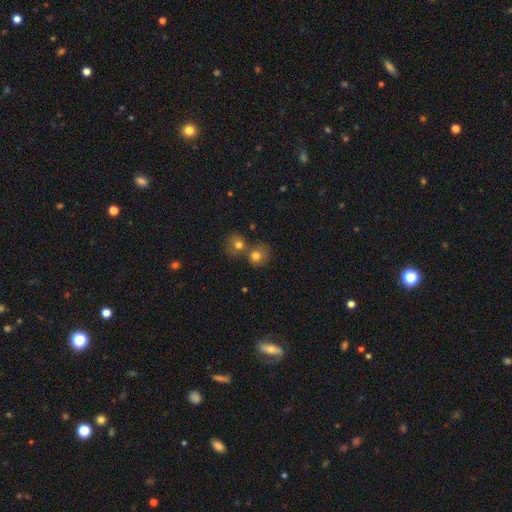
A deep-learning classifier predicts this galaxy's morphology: smooth_or_featured: smooth (p=0.76) [alt: star or artifact p=0.12]
how_rounded: round (p=0.77) [alt: in between p=0.22]
merging: merger (p=0.51) [alt: none p=0.38]